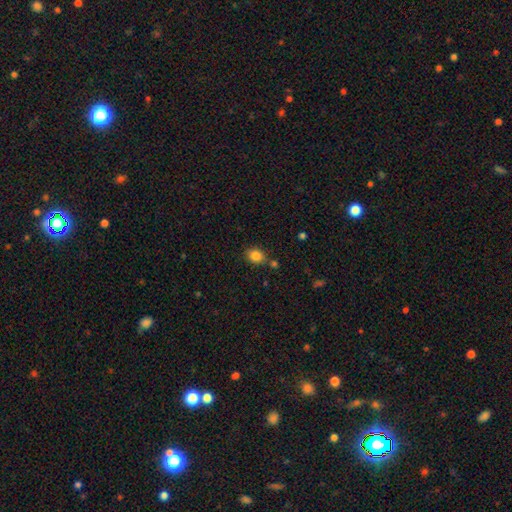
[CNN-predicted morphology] type=smooth (84%); roundness=round (53%); merging=none (72%).